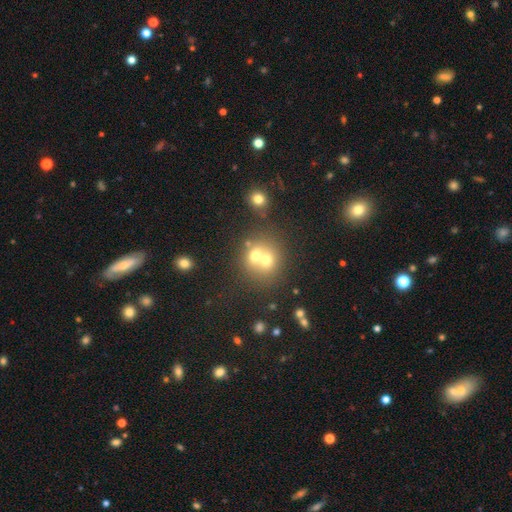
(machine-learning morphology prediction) Smooth or featured: smooth — 65% (featured or disk — 21%)
How rounded: round — 76% (in between — 23%)
Merging: merger — 61% (none — 30%)